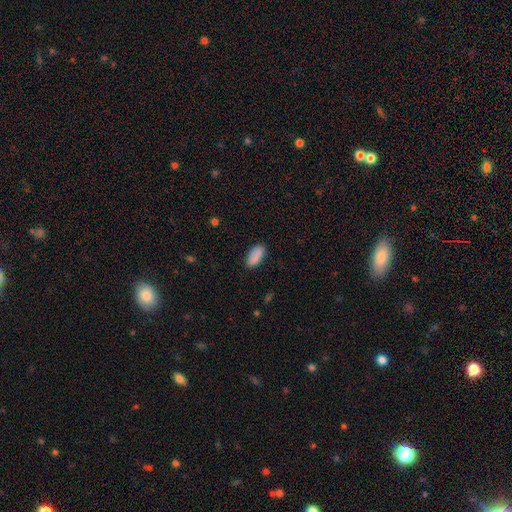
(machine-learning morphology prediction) The model was most divided on "merging": none: 80%, minor disturbance: 14%, major disturbance: 3%, merger: 3%. More confident: how rounded — in between (89%); smooth or featured — smooth (85%).